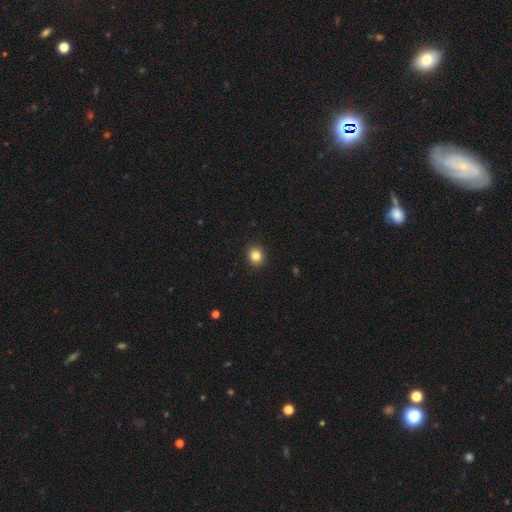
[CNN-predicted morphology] Overall: smooth (84%). How rounded: round (79%). Merging: none (92%).